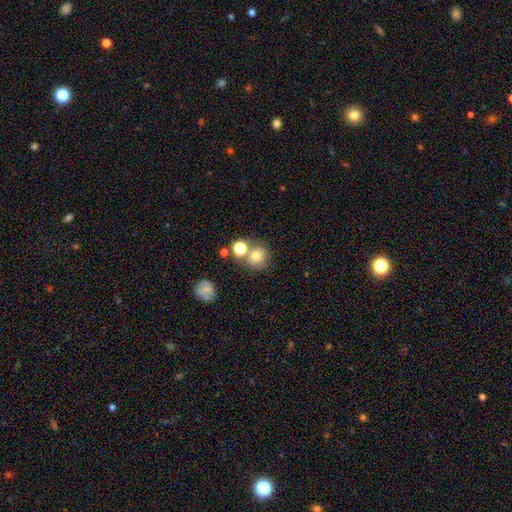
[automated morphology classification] The model was most divided on "merging": none: 58%, merger: 27%, minor disturbance: 10%, major disturbance: 4%. More confident: how rounded — round (88%); smooth or featured — smooth (76%).